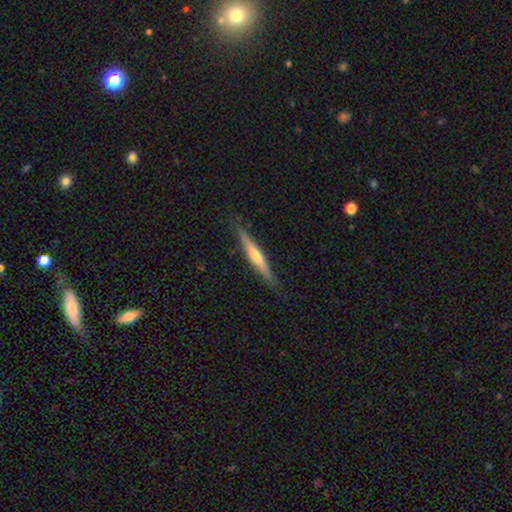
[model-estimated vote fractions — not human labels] Smooth or featured? featured or disk (62%)
Edge-on disk? yes (97%)
Edge-on bulge? rounded (75%)
Merging? none (86%)